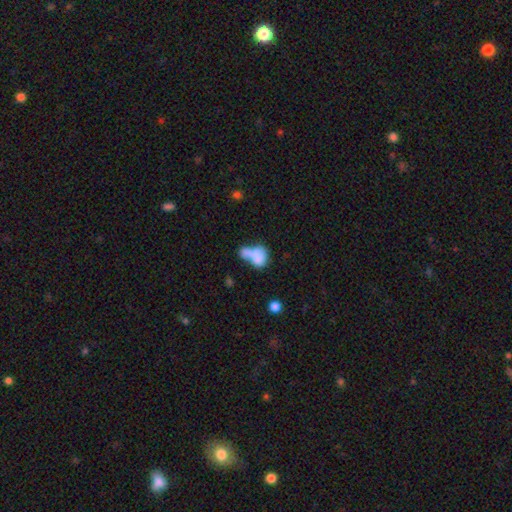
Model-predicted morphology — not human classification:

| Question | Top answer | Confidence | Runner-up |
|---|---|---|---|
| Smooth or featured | smooth | 70% | featured or disk (20%) |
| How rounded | in between | 71% | round (26%) |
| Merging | merger | 61% | none (16%) |